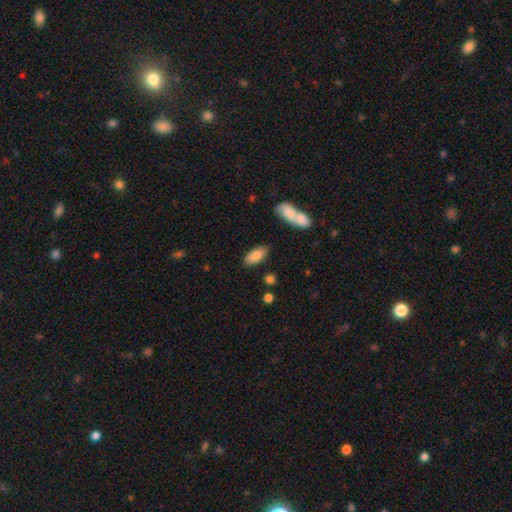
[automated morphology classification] Q: Smooth or featured?
A: smooth (84%); runner-up: featured or disk (9%)
Q: How rounded?
A: in between (89%); runner-up: cigar-shaped (9%)
Q: Merging?
A: none (81%); runner-up: minor disturbance (11%)